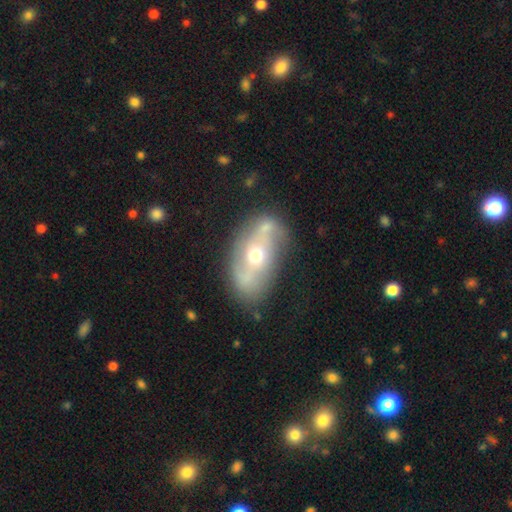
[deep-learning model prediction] A featured or disk galaxy (64%) with no bar (57%), spiral arms (60%) and a moderate central bulge (71%). Merging: none (65%).